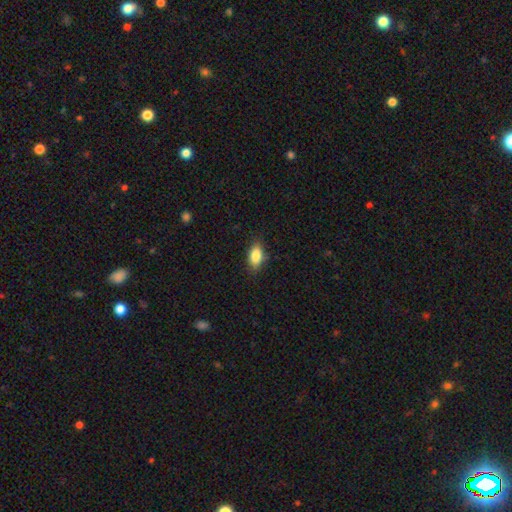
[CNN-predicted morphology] Smooth or featured? Predicted: smooth (p=0.85). How rounded? Predicted: in between (p=0.88). Merging? Predicted: none (p=0.84).